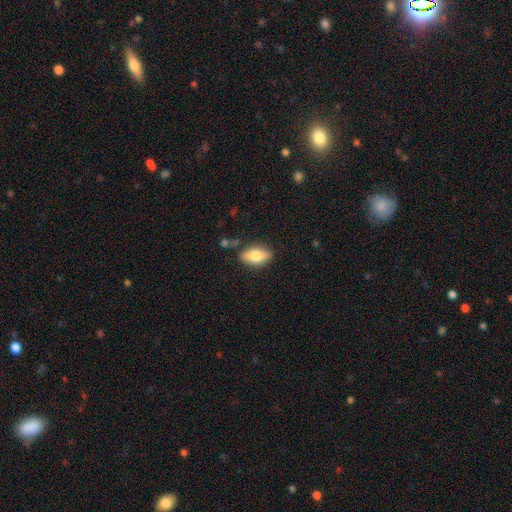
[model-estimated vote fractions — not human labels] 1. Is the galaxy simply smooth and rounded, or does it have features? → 68% smooth, 25% featured or disk, 7% star or artifact.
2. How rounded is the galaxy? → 84% in between, 8% cigar-shaped, 7% round.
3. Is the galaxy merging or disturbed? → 81% none, 13% minor disturbance, 3% major disturbance, 3% merger.